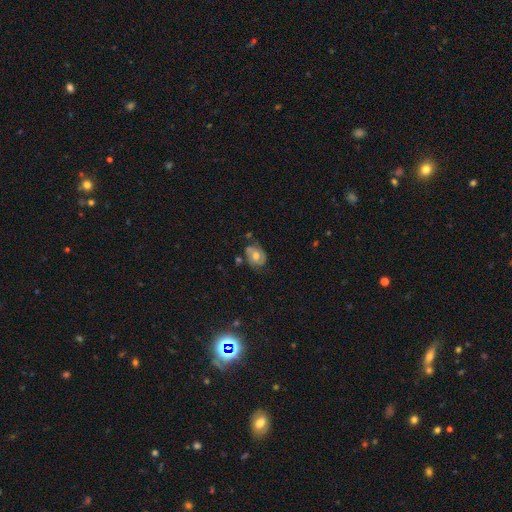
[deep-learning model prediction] Morphology: type=featured or disk (61%); edge-on=no (96%); bar=no (66%); spiral arms=yes (79%); bulge=moderate (73%); merging=none (64%).